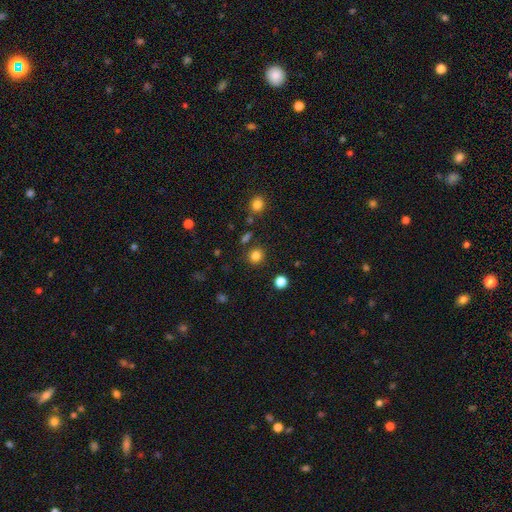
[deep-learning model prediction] Smooth or featured: smooth — 82% (star or artifact — 13%)
How rounded: round — 88% (in between — 11%)
Merging: none — 86% (minor disturbance — 7%)